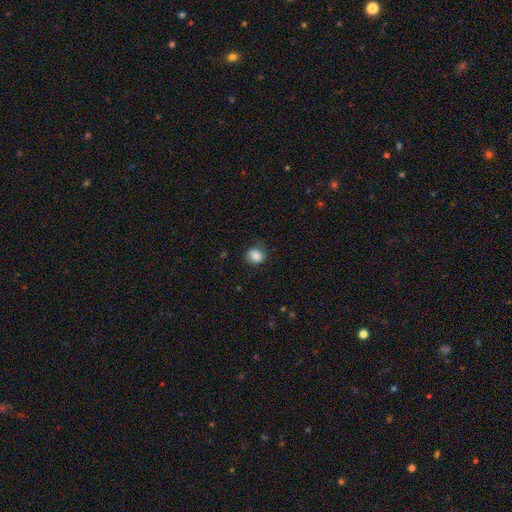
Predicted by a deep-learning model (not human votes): Overall: smooth (87%). How rounded: round (55%; in between 44%). Merging: none (75%).